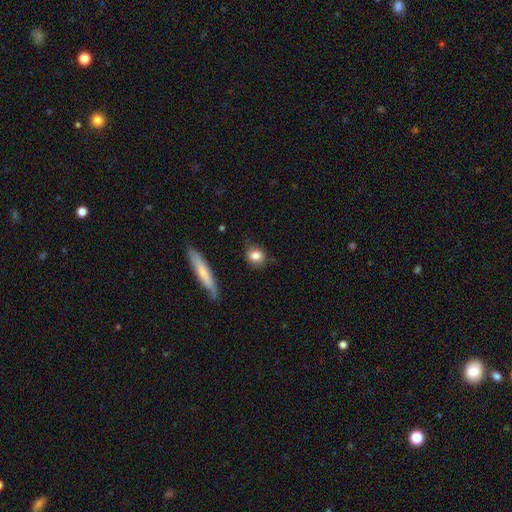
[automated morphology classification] Overall: smooth (82%). How rounded: round (59%; in between 36%). Merging: none (75%).